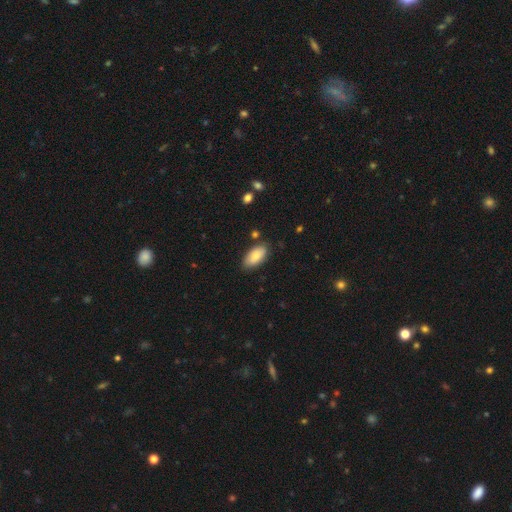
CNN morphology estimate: smooth_or_featured: smooth (p=0.83) [alt: featured or disk p=0.11]
how_rounded: in between (p=0.92) [alt: cigar-shaped p=0.05]
merging: none (p=0.82) [alt: minor disturbance p=0.13]